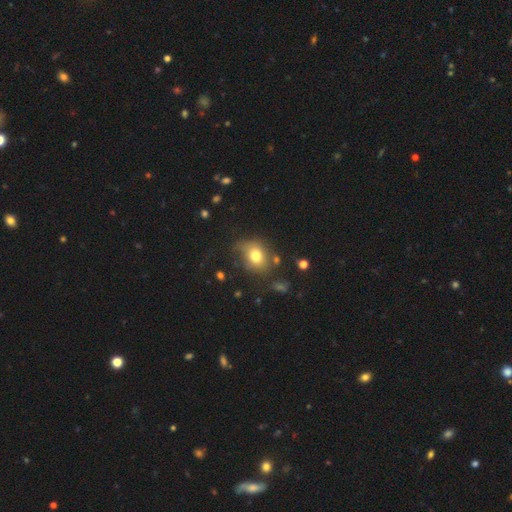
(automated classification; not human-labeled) A smooth galaxy with no disk features (75%) that is in between round and cigar-shaped (52%). Merging: none (63%).